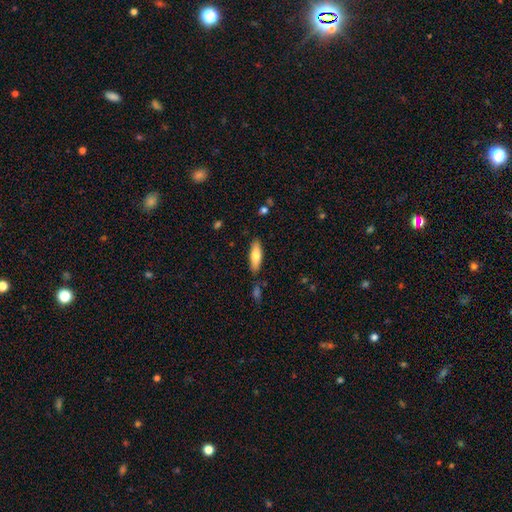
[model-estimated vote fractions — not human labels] Morphology: type=smooth (73%); roundness=cigar-shaped (50%); merging=none (84%).